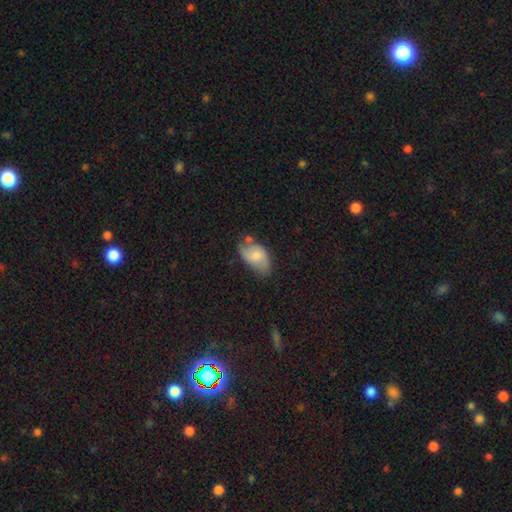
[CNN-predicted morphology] smooth_or_featured: smooth (p=0.62) [alt: featured or disk p=0.31]
how_rounded: in between (p=0.92) [alt: round p=0.07]
merging: none (p=0.44) [alt: minor disturbance p=0.34]